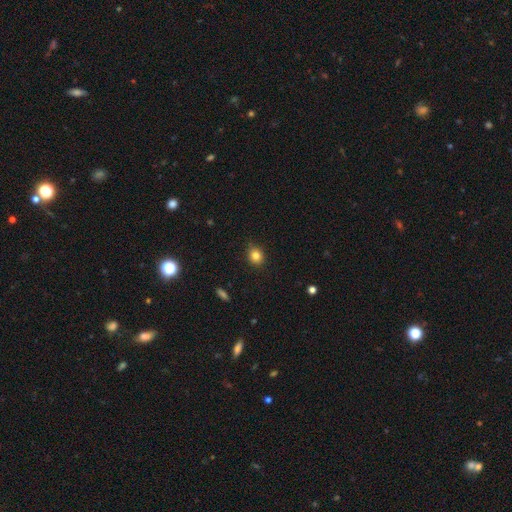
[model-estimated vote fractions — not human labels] The model was most divided on "how rounded": round: 75%, in between: 24%, cigar-shaped: 1%. More confident: merging — none (84%); smooth or featured — smooth (83%).